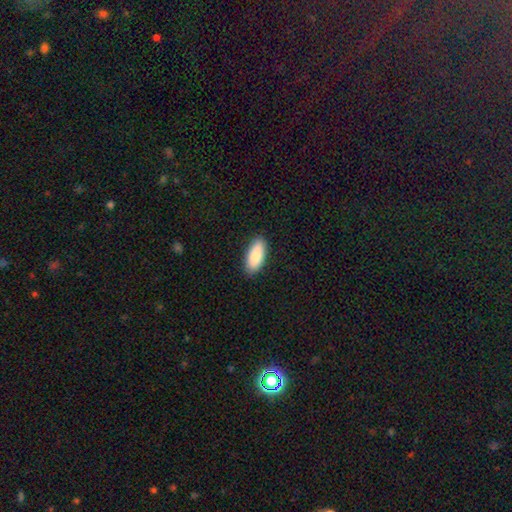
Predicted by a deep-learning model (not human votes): smooth_or_featured: smooth (p=0.88) [alt: featured or disk p=0.07]
how_rounded: in between (p=0.83) [alt: cigar-shaped p=0.15]
merging: none (p=0.88) [alt: minor disturbance p=0.09]